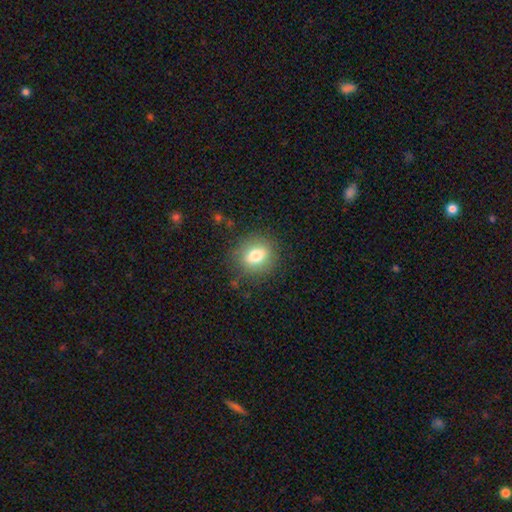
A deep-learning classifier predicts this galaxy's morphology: Smooth or featured?
  - smooth: 75% *
  - featured or disk: 15%
  - star or artifact: 10%
How rounded?
  - round: 68% *
  - in between: 31%
  - cigar-shaped: 1%
Merging?
  - none: 85% *
  - minor disturbance: 10%
  - major disturbance: 4%
  - merger: 1%